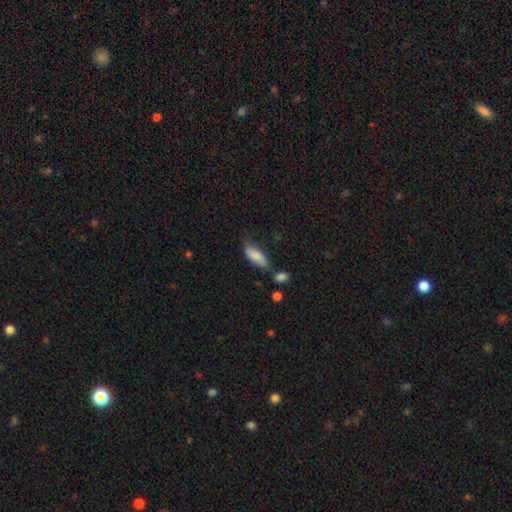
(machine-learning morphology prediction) A smooth galaxy with no disk features (80%) that is in between round and cigar-shaped (79%).

Vote fractions:
- Smooth or featured? smooth: 80% / featured or disk: 13% / star or artifact: 7%
- How rounded? in between: 79% / cigar-shaped: 19% / round: 3%
- Merging? none: 48% / minor disturbance: 33% / major disturbance: 10% / merger: 9%